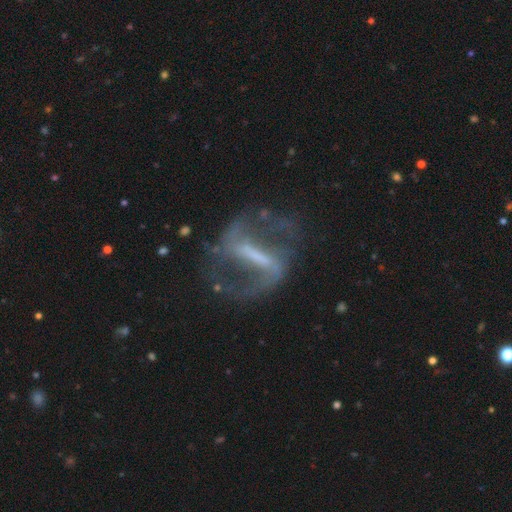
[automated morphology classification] Smooth or featured? Predicted: featured or disk (p=0.86). Edge-on disk? Predicted: no (p=0.93). Bar? Predicted: strong (p=0.74). Spiral arms? Predicted: yes (p=0.91). Spiral winding? Predicted: loose (p=0.48). Spiral arm count? Predicted: 2 (p=0.90). Bulge size? Predicted: none (p=0.47). Merging? Predicted: none (p=0.66).